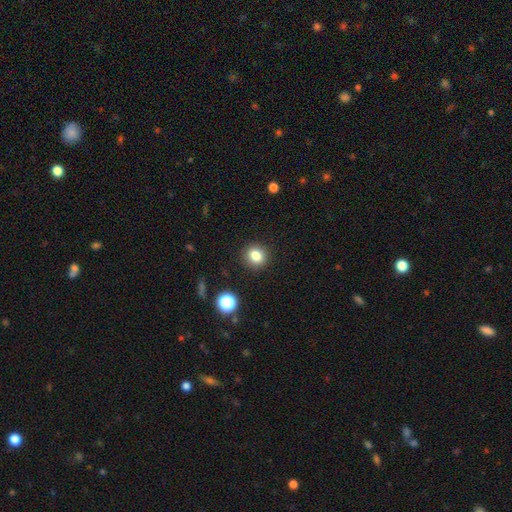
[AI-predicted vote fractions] smooth_or_featured: smooth (p=0.81) [alt: star or artifact p=0.12]
how_rounded: round (p=0.81) [alt: in between p=0.18]
merging: none (p=0.90) [alt: minor disturbance p=0.06]